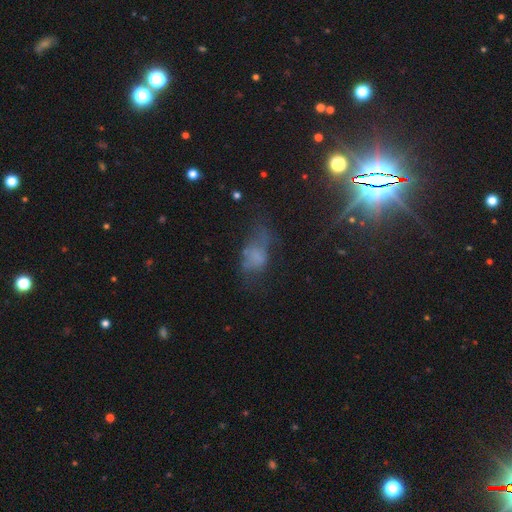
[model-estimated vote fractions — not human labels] smooth-or-featured: smooth: 46% | featured or disk: 31% | star or artifact: 23%
  merging: none: 36% | major disturbance: 34% | minor disturbance: 25% | merger: 5%